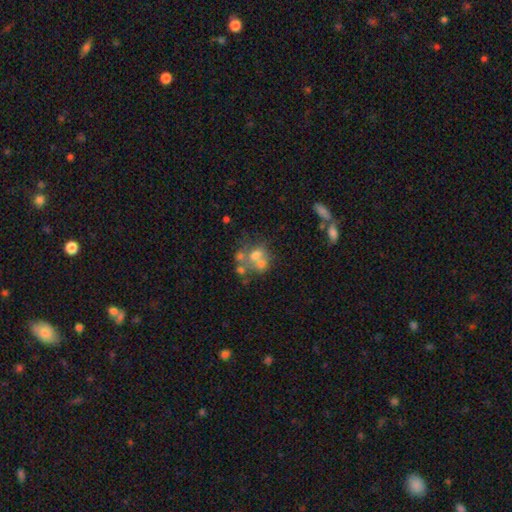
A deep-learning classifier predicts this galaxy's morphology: Smooth or featured: smooth — 48% (featured or disk — 36%)
Merging: merger — 51% (none — 29%)